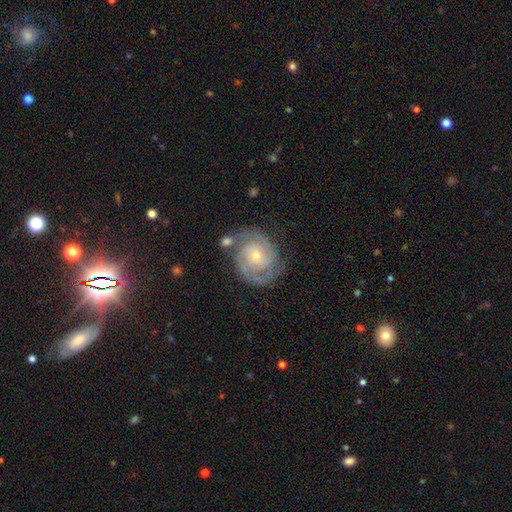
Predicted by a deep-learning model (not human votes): smooth_or_featured: featured or disk (p=0.87) [alt: smooth p=0.07]
disk_edge_on: no (p=0.98) [alt: yes p=0.02]
bar: no (p=0.71) [alt: weak p=0.23]
has_spiral_arms: yes (p=0.97) [alt: no p=0.03]
spiral_winding: tight (p=0.66) [alt: medium p=0.28]
spiral_arm_count: 2 (p=0.73) [alt: 3 p=0.10]
bulge_size: small (p=0.69) [alt: moderate p=0.27]
merging: none (p=0.73) [alt: minor disturbance p=0.15]